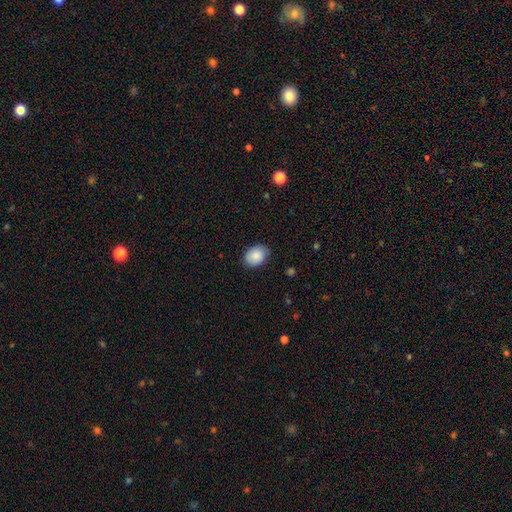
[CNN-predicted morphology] Smooth or featured? smooth (87%)
How rounded? in between (72%)
Merging? none (82%)